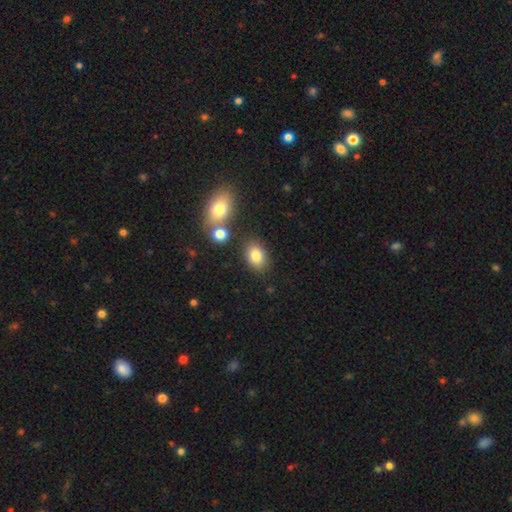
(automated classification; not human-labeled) A smooth galaxy with no disk features (83%) that is in between round and cigar-shaped (80%).

Vote fractions:
- Smooth or featured? smooth: 83% / star or artifact: 9% / featured or disk: 8%
- How rounded? in between: 80% / round: 18% / cigar-shaped: 1%
- Merging? none: 76% / minor disturbance: 11% / merger: 9% / major disturbance: 4%